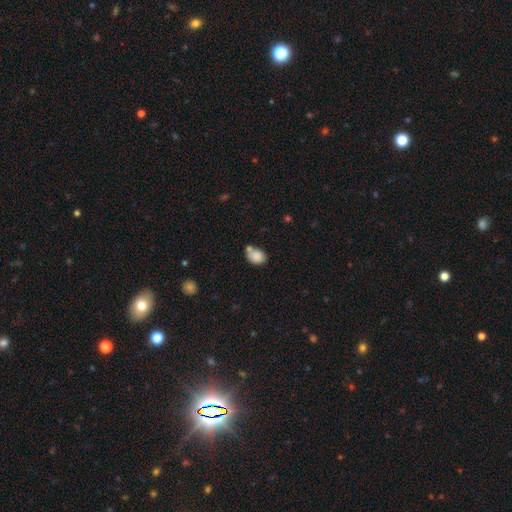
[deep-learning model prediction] smooth 84%, star or artifact 9%, featured or disk 7%. Down the decision tree: how rounded — in between (60%); merging — none (45%).